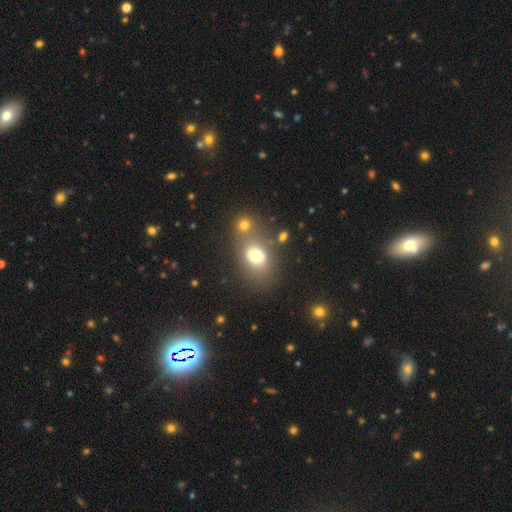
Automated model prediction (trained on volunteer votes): A smooth galaxy with no disk features (71%) that is in between round and cigar-shaped (62%).

Vote fractions:
- Smooth or featured? smooth: 71% / featured or disk: 15% / star or artifact: 13%
- How rounded? in between: 62% / round: 36% / cigar-shaped: 1%
- Merging? none: 49% / merger: 32% / minor disturbance: 12% / major disturbance: 6%